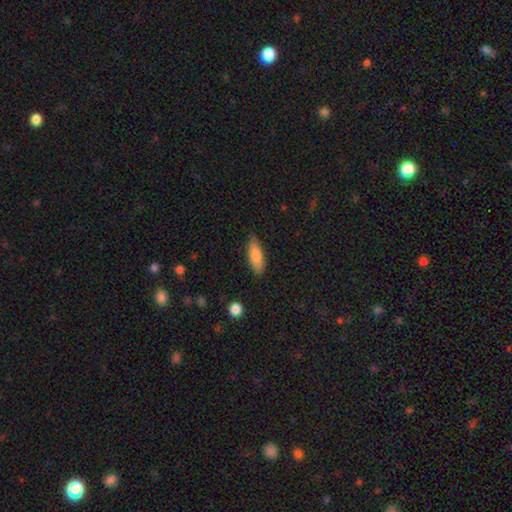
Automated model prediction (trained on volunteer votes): smooth 79%, featured or disk 14%, star or artifact 6%. Down the decision tree: how rounded — in between (57%); merging — none (85%).